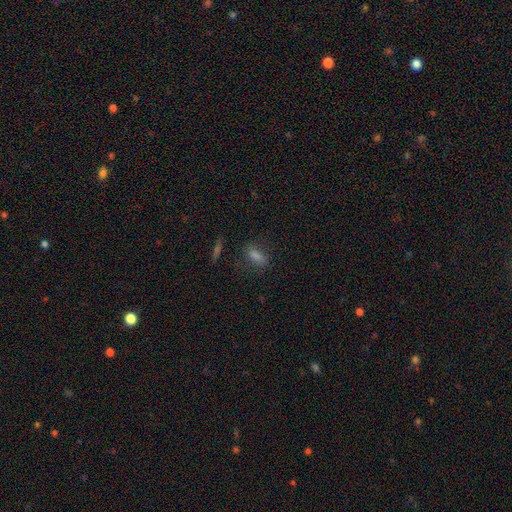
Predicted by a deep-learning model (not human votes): smooth 65%, star or artifact 22%, featured or disk 13%. Down the decision tree: how rounded — in between (64%); merging — none (73%).